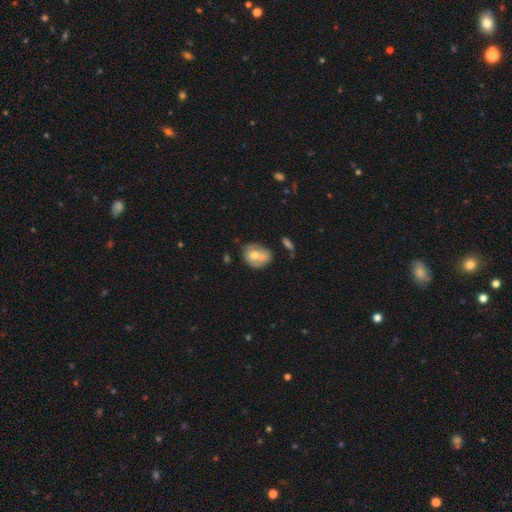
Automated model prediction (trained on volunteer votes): Morphology: type=smooth (62%); roundness=round (50%); merging=none (48%).